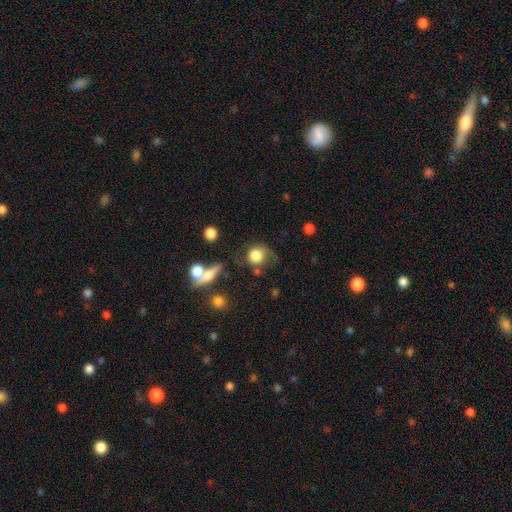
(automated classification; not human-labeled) Smooth or featured? smooth (72%)
How rounded? round (78%)
Merging? none (47%)